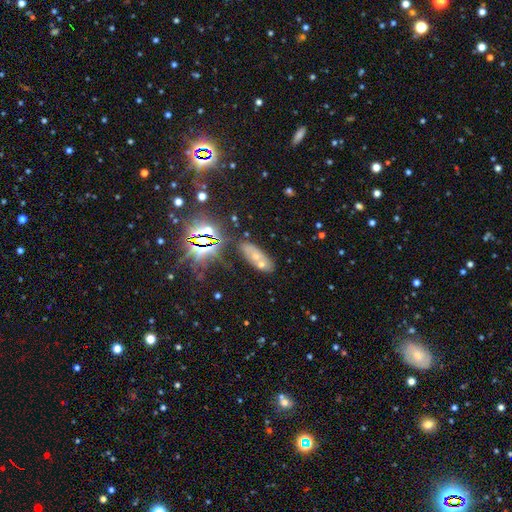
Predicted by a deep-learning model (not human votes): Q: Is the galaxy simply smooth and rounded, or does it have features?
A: smooth — 40%.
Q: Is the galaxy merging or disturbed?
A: none — 54%.